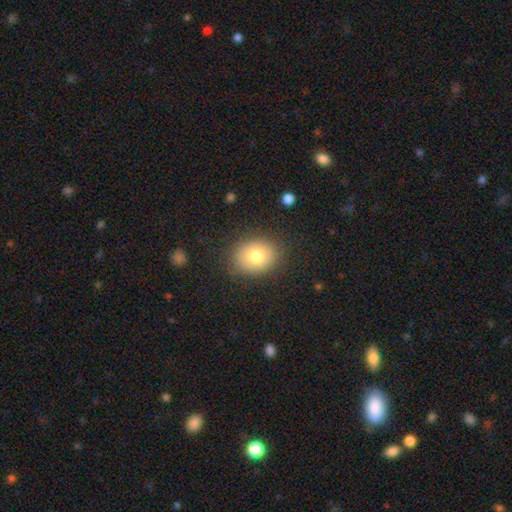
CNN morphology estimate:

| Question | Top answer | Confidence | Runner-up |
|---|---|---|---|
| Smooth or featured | smooth | 77% | featured or disk (14%) |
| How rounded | in between | 50% | round (49%) |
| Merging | none | 85% | minor disturbance (11%) |